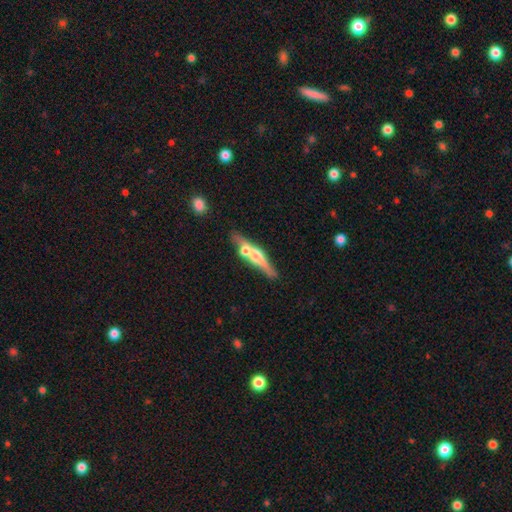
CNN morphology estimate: Smooth or featured: featured or disk — 63% (smooth — 31%)
Edge-on disk: yes — 91% (no — 9%)
Edge-on bulge: rounded — 91% (boxy — 5%)
Merging: none — 55% (merger — 29%)